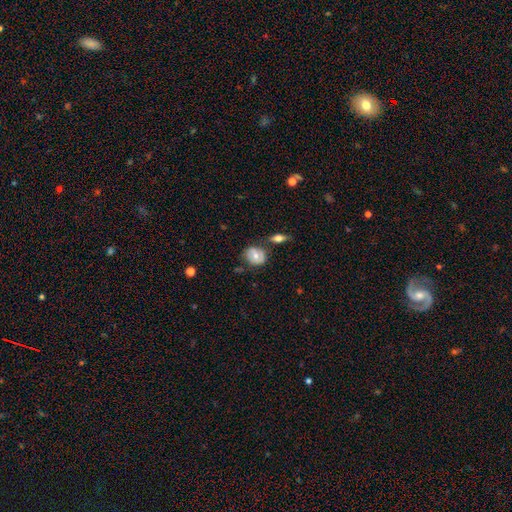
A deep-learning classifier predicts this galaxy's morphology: This is possibly a smooth galaxy (59%). How rounded: likely round (64%). Merging: likely none (64%).